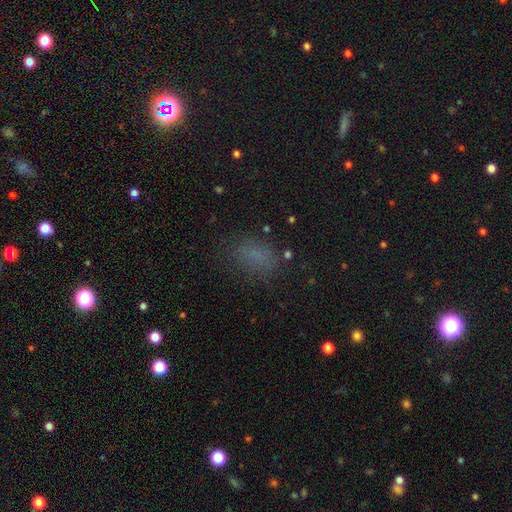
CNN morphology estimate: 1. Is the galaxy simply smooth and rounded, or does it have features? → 72% smooth, 19% star or artifact, 9% featured or disk.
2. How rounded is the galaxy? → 79% in between, 18% round, 3% cigar-shaped.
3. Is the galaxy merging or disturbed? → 69% none, 18% minor disturbance, 11% major disturbance, 2% merger.